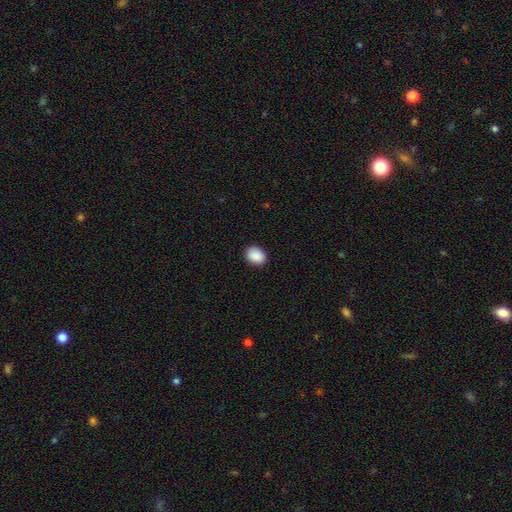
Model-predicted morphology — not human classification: The model was most divided on "how rounded": in between: 65%, round: 34%, cigar-shaped: 1%. More confident: smooth or featured — smooth (90%); merging — none (89%).